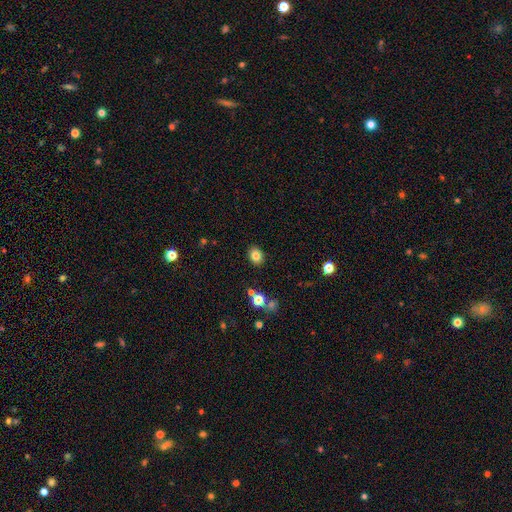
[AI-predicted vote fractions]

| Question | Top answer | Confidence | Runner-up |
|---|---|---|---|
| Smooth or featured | smooth | 82% | star or artifact (11%) |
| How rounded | in between | 53% | round (46%) |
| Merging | none | 88% | minor disturbance (8%) |